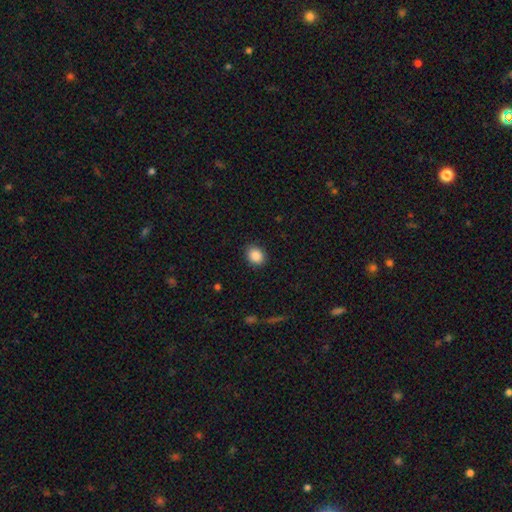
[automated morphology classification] Smooth or featured? smooth (88%)
How rounded? round (56%)
Merging? none (87%)